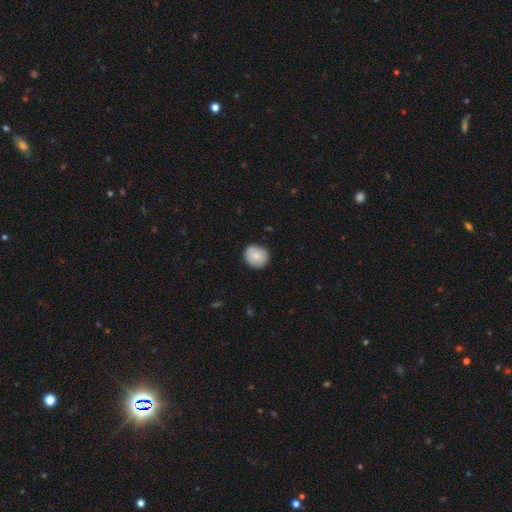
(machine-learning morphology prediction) smooth_or_featured: smooth (p=0.81) [alt: featured or disk p=0.12]
how_rounded: round (p=0.81) [alt: in between p=0.18]
merging: none (p=0.86) [alt: minor disturbance p=0.11]